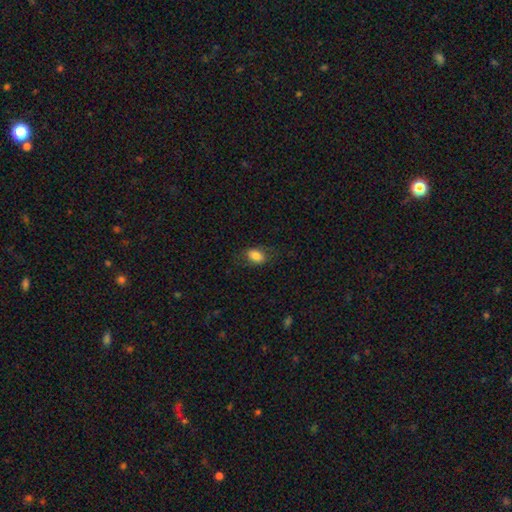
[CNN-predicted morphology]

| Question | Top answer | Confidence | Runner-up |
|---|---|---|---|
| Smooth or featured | smooth | 83% | featured or disk (9%) |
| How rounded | in between | 86% | round (12%) |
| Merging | none | 71% | minor disturbance (19%) |